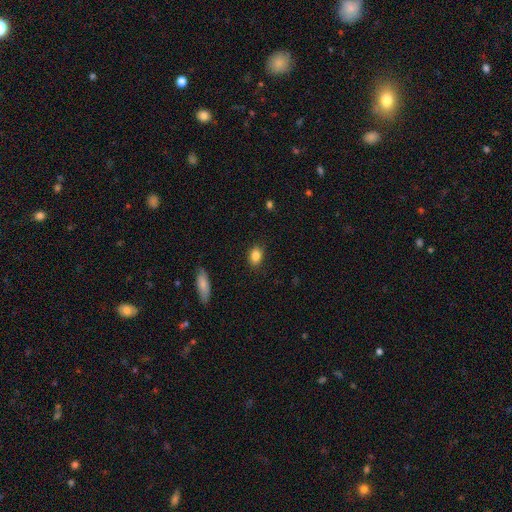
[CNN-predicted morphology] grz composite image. It shows a smooth galaxy with no disk features (85%) that is in between round and cigar-shaped (75%). Merging: none (85%).